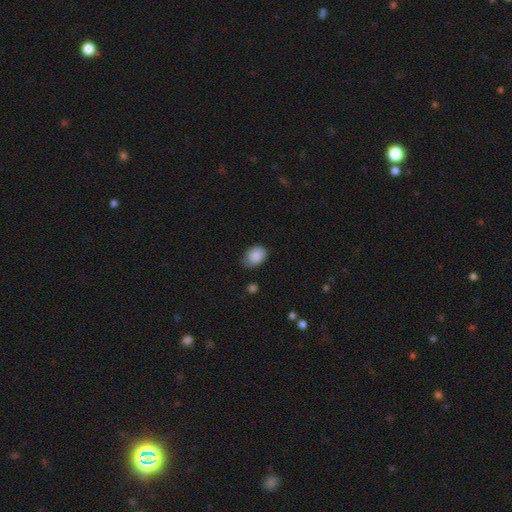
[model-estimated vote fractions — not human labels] The model was most divided on "merging": none: 66%, minor disturbance: 28%, major disturbance: 5%, merger: 2%. More confident: smooth or featured — smooth (88%); how rounded — in between (72%).